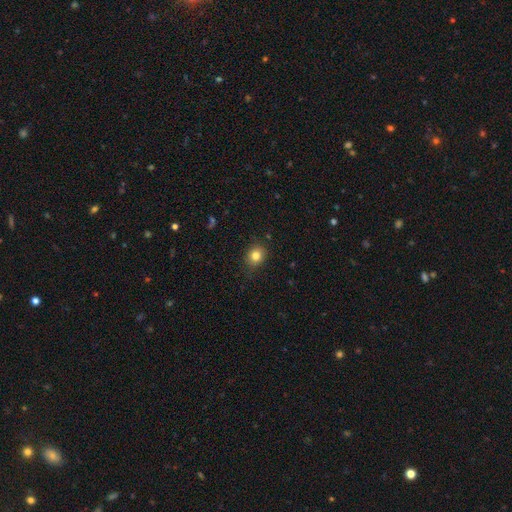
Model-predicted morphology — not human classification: Smooth or featured: smooth — 82% (star or artifact — 11%)
How rounded: round — 67% (in between — 32%)
Merging: none — 85% (minor disturbance — 11%)